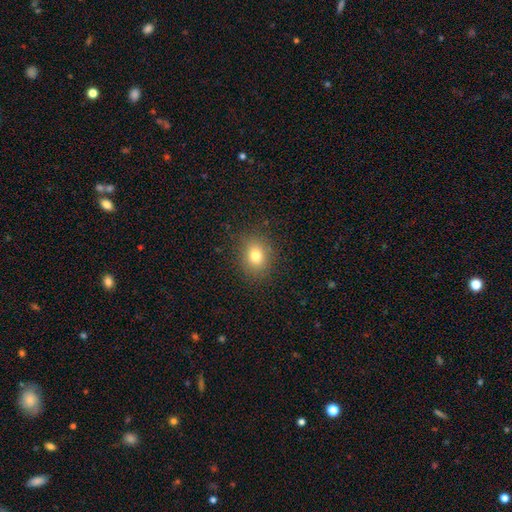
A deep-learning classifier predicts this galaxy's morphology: smooth-or-featured: smooth: 78% | star or artifact: 13% | featured or disk: 9%
  how-rounded: round: 56% | in between: 43% | cigar-shaped: 1%
  merging: none: 86% | minor disturbance: 9% | major disturbance: 3% | merger: 1%